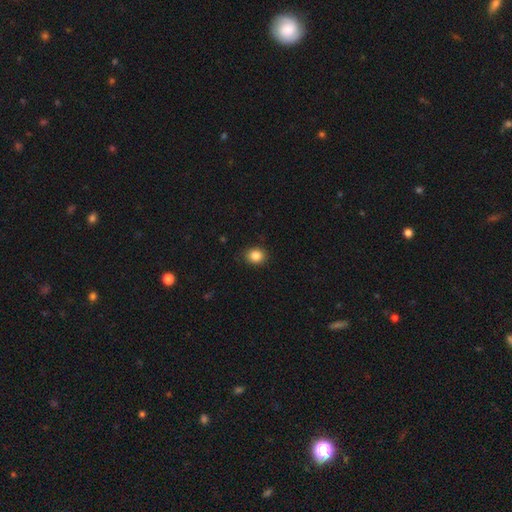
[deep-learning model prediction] smooth 86%, star or artifact 10%, featured or disk 4%. Down the decision tree: how rounded — round (67%); merging — none (88%).